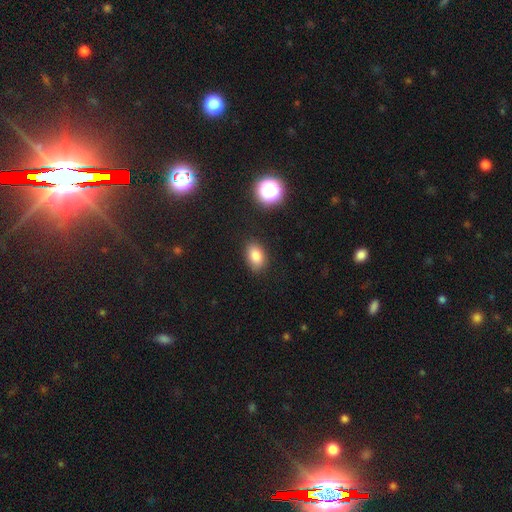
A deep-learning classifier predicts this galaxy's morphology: Smooth or featured? smooth (82%)
How rounded? in between (83%)
Merging? none (85%)